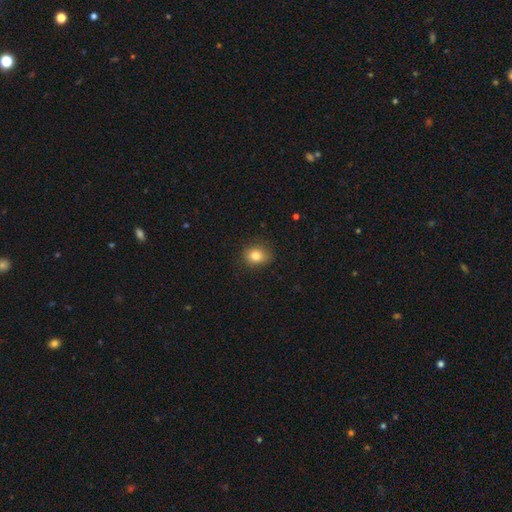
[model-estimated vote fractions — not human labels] smooth_or_featured: smooth (p=0.82) [alt: star or artifact p=0.11]
how_rounded: round (p=0.61) [alt: in between p=0.38]
merging: none (p=0.81) [alt: minor disturbance p=0.15]